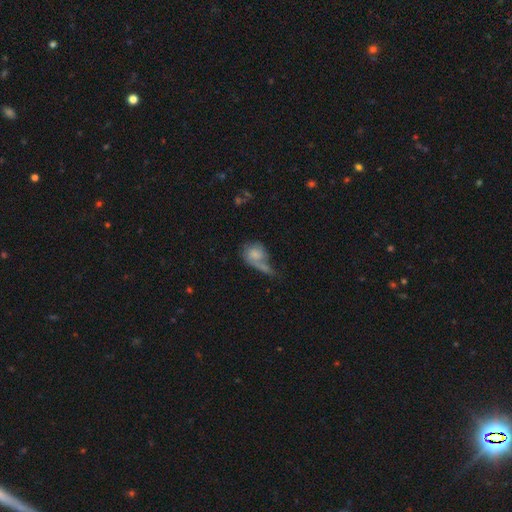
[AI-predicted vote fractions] smooth-or-featured: smooth: 68% | featured or disk: 24% | star or artifact: 9%
  how-rounded: round: 55% | in between: 41% | cigar-shaped: 3%
  merging: merger: 32% | none: 30% | major disturbance: 20% | minor disturbance: 18%